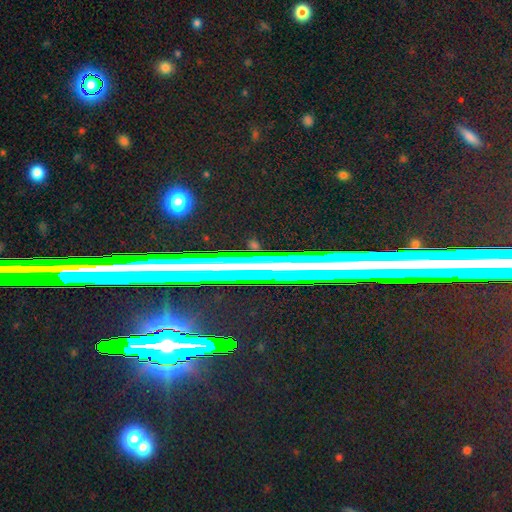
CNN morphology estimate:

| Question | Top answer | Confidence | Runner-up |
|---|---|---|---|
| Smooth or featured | star or artifact | 68% | featured or disk (18%) |